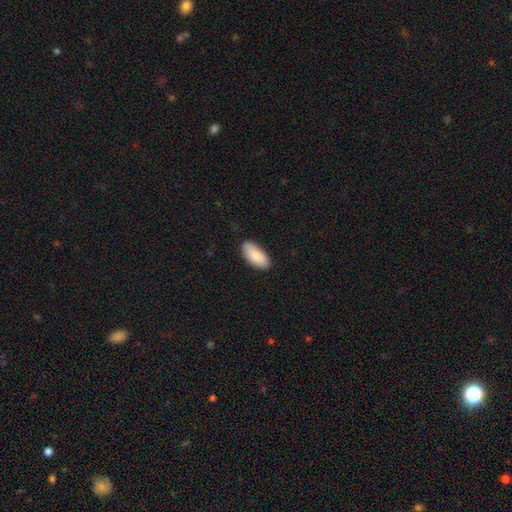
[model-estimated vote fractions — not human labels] smooth-or-featured: smooth: 88% | featured or disk: 7% | star or artifact: 6%
  how-rounded: in between: 91% | cigar-shaped: 7% | round: 2%
  merging: none: 83% | minor disturbance: 13% | major disturbance: 2% | merger: 1%